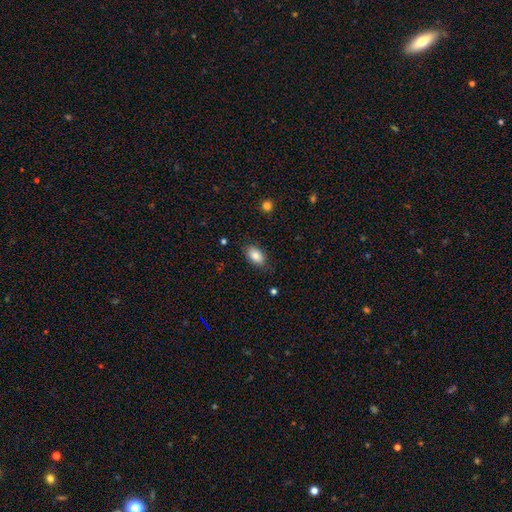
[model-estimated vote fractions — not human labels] smooth-or-featured: smooth: 86% | star or artifact: 7% | featured or disk: 7%
  how-rounded: in between: 91% | round: 6% | cigar-shaped: 2%
  merging: none: 80% | minor disturbance: 16% | major disturbance: 3% | merger: 1%